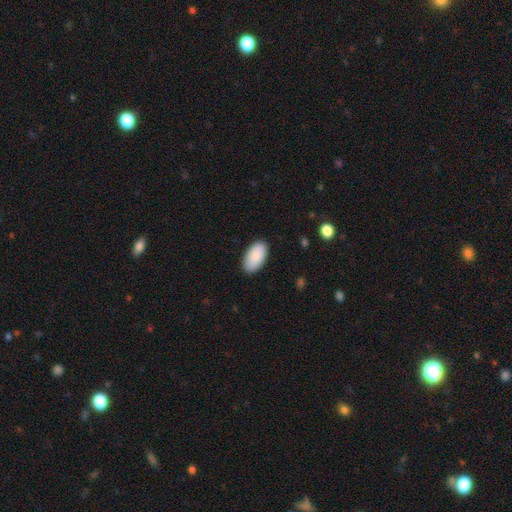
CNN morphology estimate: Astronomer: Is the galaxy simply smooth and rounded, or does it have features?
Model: smooth — 89%.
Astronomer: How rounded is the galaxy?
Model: in between — 96%.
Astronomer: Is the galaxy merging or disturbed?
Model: none — 88%.